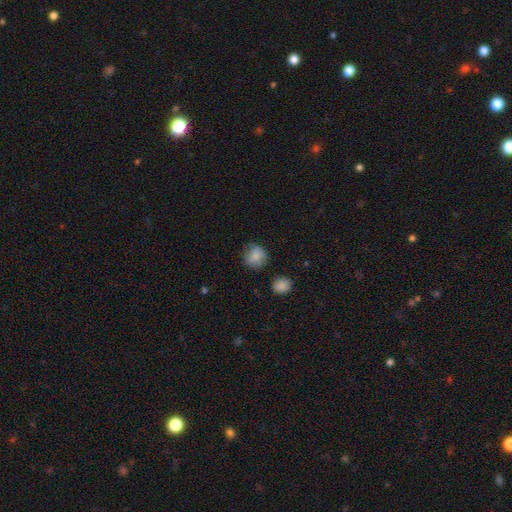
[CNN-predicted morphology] smooth 81%, featured or disk 10%, star or artifact 9%. Down the decision tree: how rounded — round (87%); merging — none (76%).